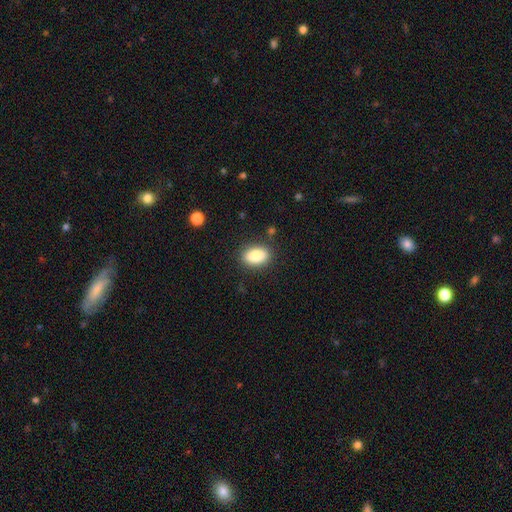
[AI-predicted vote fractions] A smooth galaxy with no disk features (85%) that is in between round and cigar-shaped (85%).

Vote fractions:
- Smooth or featured? smooth: 85% / star or artifact: 8% / featured or disk: 7%
- How rounded? in between: 85% / round: 13% / cigar-shaped: 2%
- Merging? none: 85% / minor disturbance: 10% / major disturbance: 3% / merger: 2%